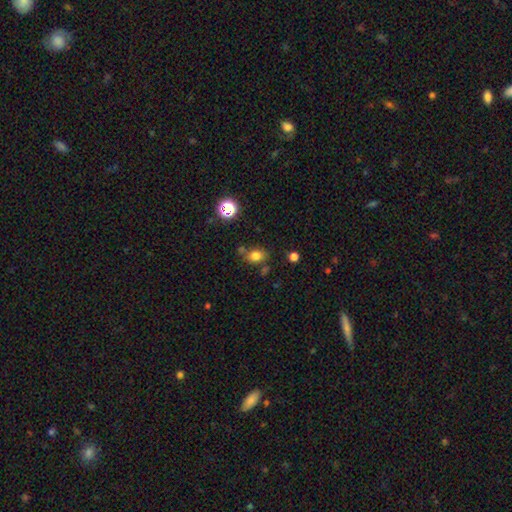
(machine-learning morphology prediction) The model was most divided on "how rounded": in between: 58%, round: 41%, cigar-shaped: 1%. More confident: smooth or featured — smooth (78%); merging — none (66%).